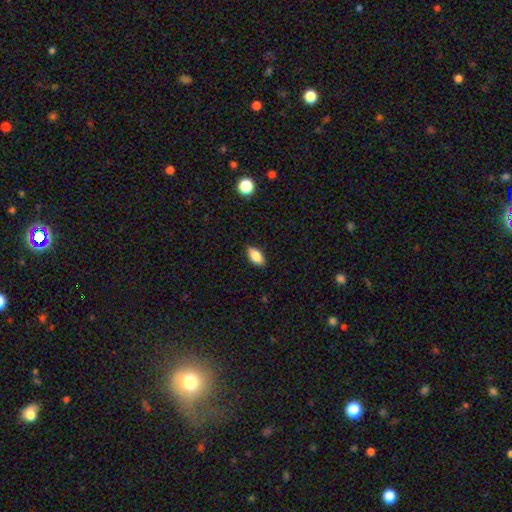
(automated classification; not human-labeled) A smooth galaxy with no disk features (83%) that is in between round and cigar-shaped (90%). Merging: none (86%).